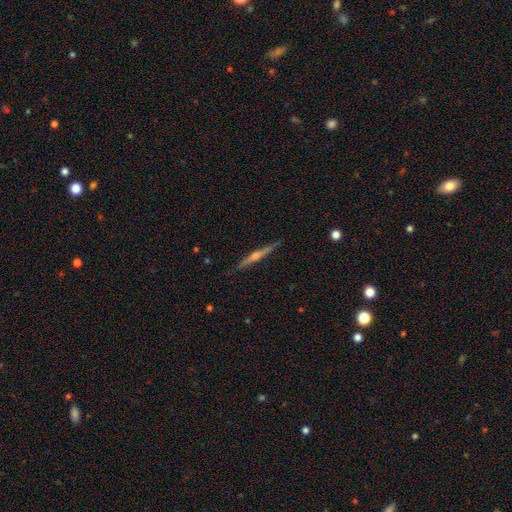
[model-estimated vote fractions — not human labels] Morphology: type=featured or disk (73%); edge-on=yes (98%); edge-on bulge=rounded (75%); merging=none (88%).